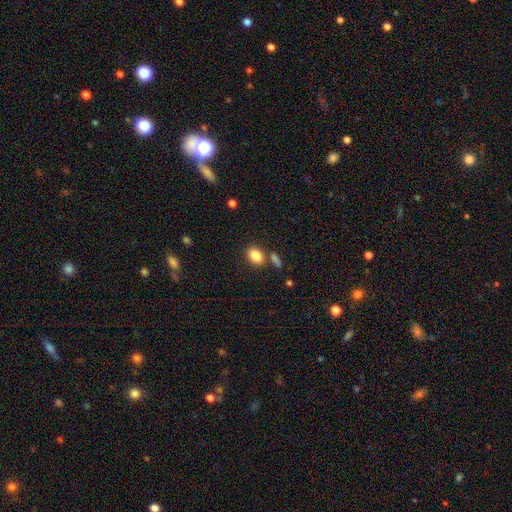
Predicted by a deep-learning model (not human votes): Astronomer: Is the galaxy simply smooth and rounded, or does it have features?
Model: smooth — 85%.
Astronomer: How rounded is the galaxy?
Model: in between — 66%.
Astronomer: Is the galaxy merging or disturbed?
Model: none — 68%.